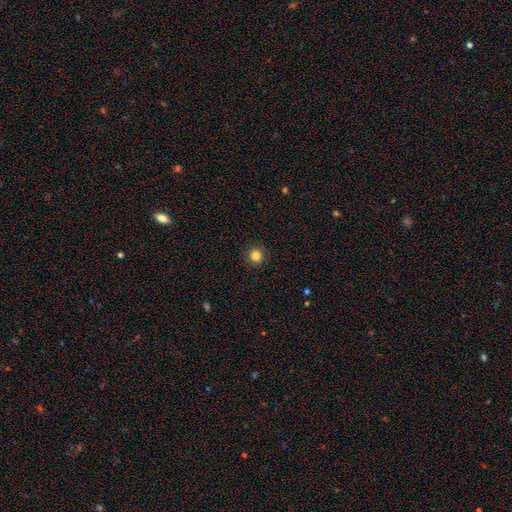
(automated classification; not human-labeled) This is clearly a smooth galaxy (85%). How rounded: clearly round (94%). Merging: clearly none (91%).